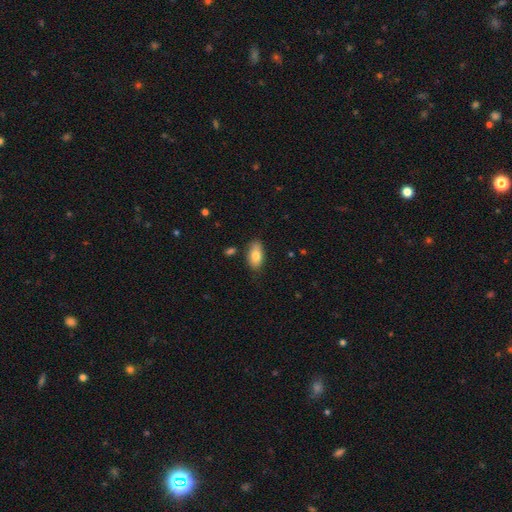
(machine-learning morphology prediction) A smooth galaxy with no disk features (80%) that is in between round and cigar-shaped (92%). Merging: none (80%).